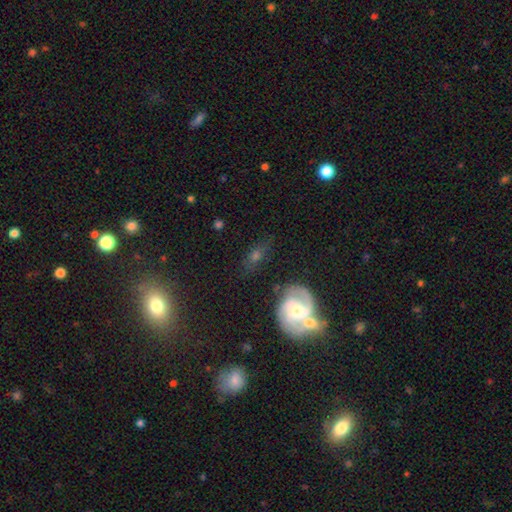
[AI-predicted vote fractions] The model was most divided on "smooth or featured": featured or disk: 55%, smooth: 32%, star or artifact: 14%. More confident: edge-on disk — no (89%); merging — none (59%).